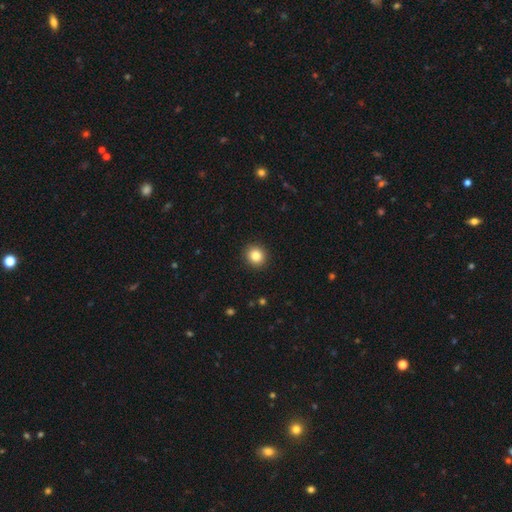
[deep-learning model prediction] smooth 84%, star or artifact 10%, featured or disk 5%. Down the decision tree: how rounded — round (89%); merging — none (92%).